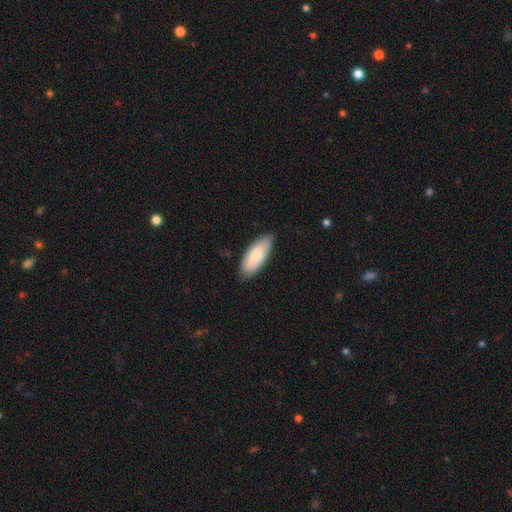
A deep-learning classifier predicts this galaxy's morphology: Smooth or featured?
  - smooth: 77% *
  - featured or disk: 18%
  - star or artifact: 5%
How rounded?
  - in between: 81% *
  - cigar-shaped: 17%
  - round: 2%
Merging?
  - none: 82% *
  - minor disturbance: 14%
  - major disturbance: 2%
  - merger: 1%